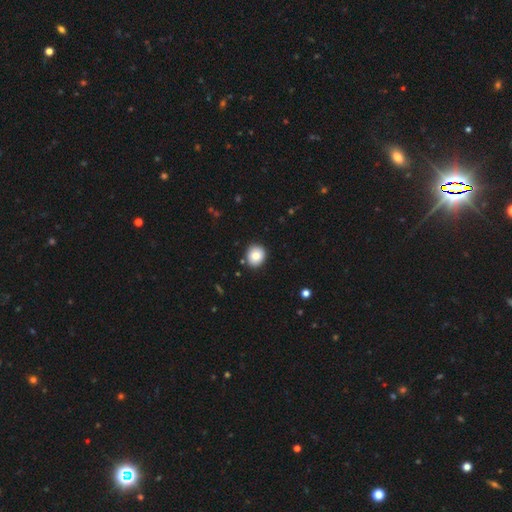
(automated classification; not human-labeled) smooth-or-featured: smooth: 84% | star or artifact: 9% | featured or disk: 8%
  how-rounded: round: 78% | in between: 21% | cigar-shaped: 1%
  merging: none: 89% | minor disturbance: 8% | merger: 2% | major disturbance: 2%